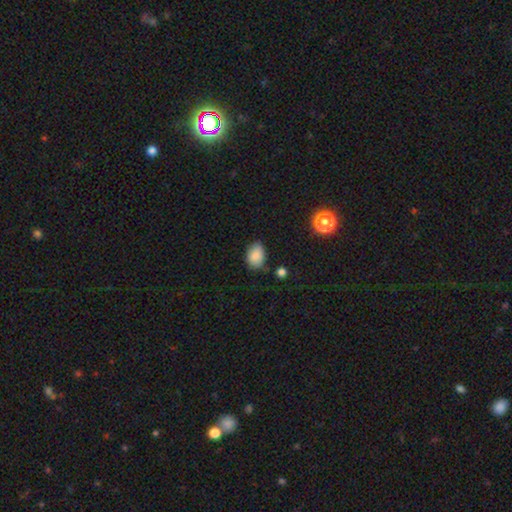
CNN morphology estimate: A smooth galaxy with no disk features (86%) that is in between round and cigar-shaped (79%). Merging: none (69%).